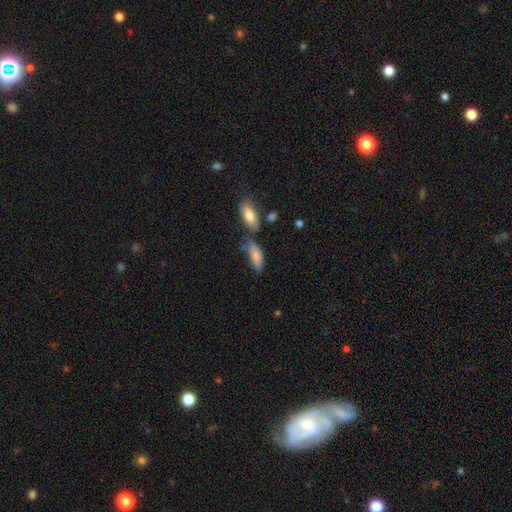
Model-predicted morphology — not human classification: smooth 82%, featured or disk 11%, star or artifact 7%. Down the decision tree: how rounded — in between (71%); merging — none (52%).